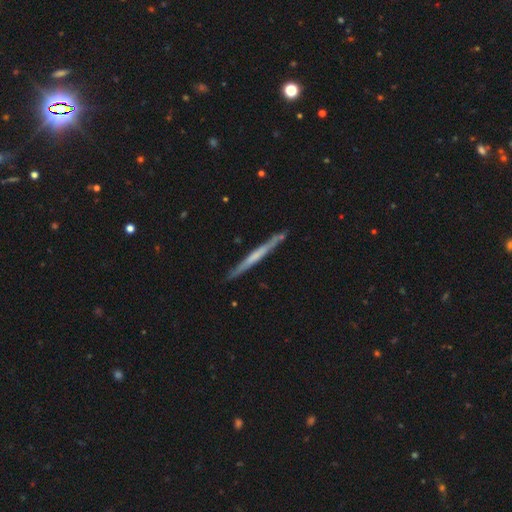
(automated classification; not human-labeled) smooth_or_featured: featured or disk (p=0.57) [alt: smooth p=0.38]
disk_edge_on: yes (p=0.96) [alt: no p=0.04]
edge_on_bulge: none (p=0.76) [alt: rounded p=0.14]
merging: none (p=0.87) [alt: minor disturbance p=0.09]